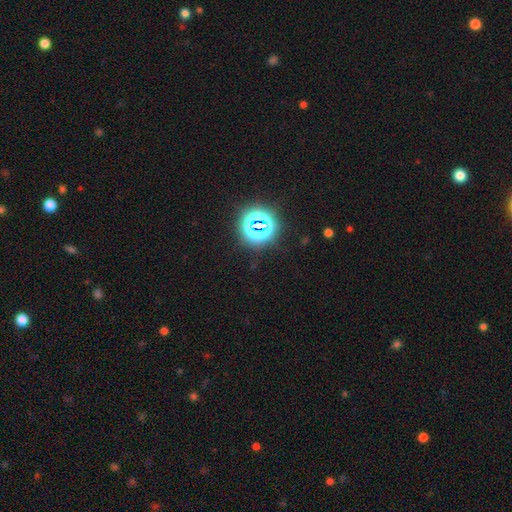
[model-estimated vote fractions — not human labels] Morphology: type=star or artifact (83%).